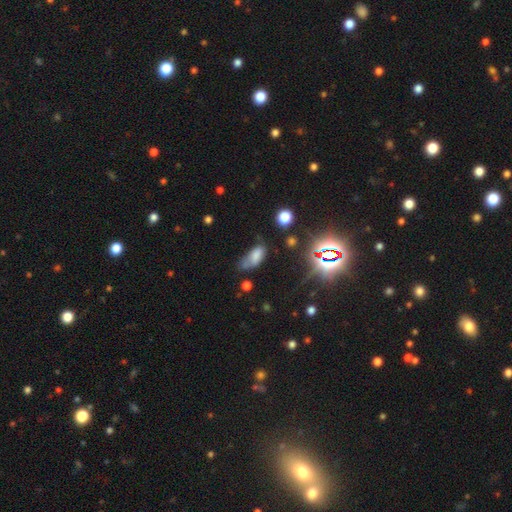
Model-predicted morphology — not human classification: smooth 66%, star or artifact 18%, featured or disk 16%. Down the decision tree: how rounded — in between (87%); merging — minor disturbance (36%).